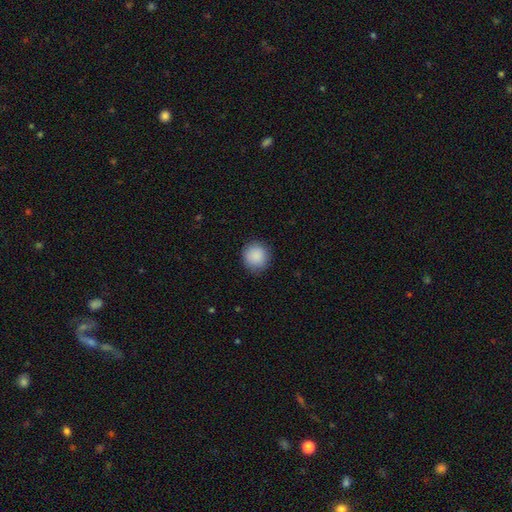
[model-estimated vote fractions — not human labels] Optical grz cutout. It shows a smooth galaxy with no disk features (89%) that is round (93%). Merging: none (88%).